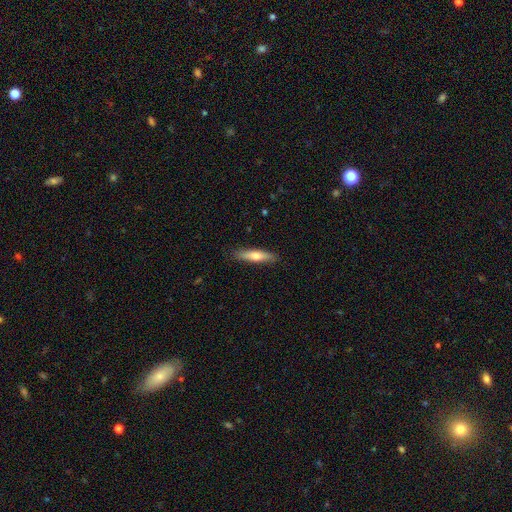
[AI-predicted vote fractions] smooth 63%, featured or disk 32%, star or artifact 5%. Down the decision tree: how rounded — cigar-shaped (79%); merging — none (88%).